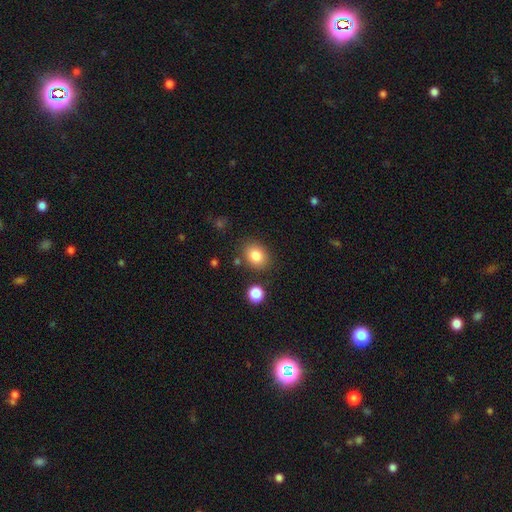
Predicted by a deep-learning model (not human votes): Morphology: type=smooth (84%); roundness=in between (51%); merging=none (81%).